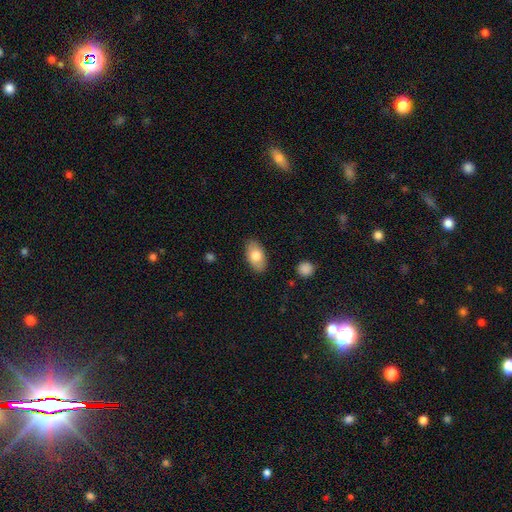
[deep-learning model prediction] Smooth or featured: smooth — 77% (featured or disk — 16%)
How rounded: in between — 93% (round — 5%)
Merging: none — 85% (minor disturbance — 12%)